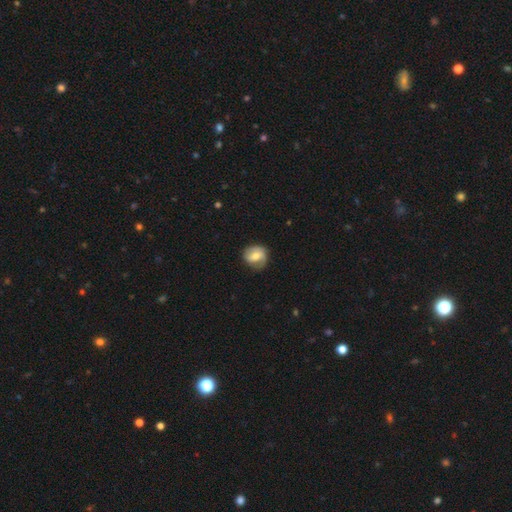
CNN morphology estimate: This appears to be a smooth galaxy with no disk features (48%). Merging: none (68%).